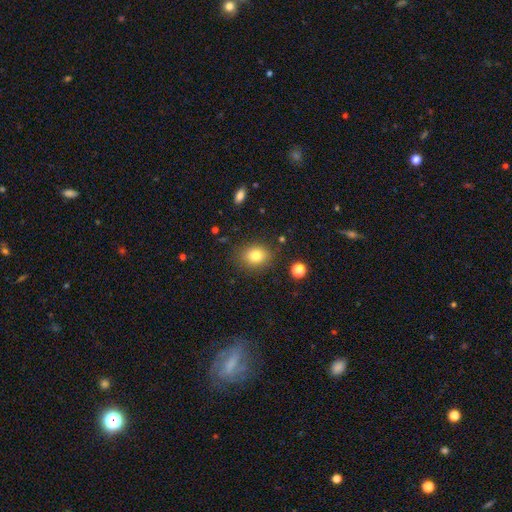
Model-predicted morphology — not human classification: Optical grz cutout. It shows a smooth galaxy with no disk features (80%) that is round (55%). Merging: none (85%).